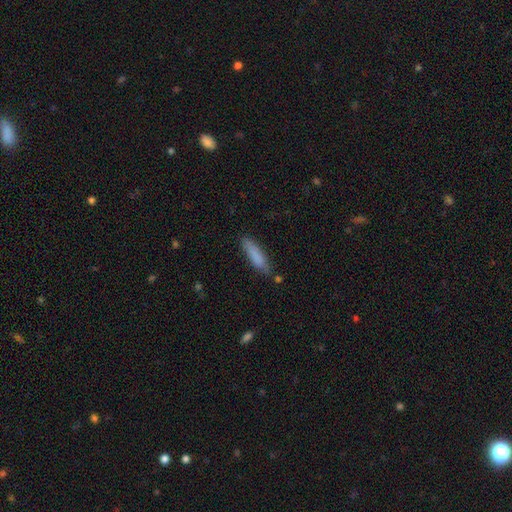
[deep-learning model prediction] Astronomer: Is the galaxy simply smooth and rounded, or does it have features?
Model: smooth — 83%.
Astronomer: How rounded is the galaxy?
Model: cigar-shaped — 74%.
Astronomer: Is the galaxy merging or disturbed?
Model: none — 77%.